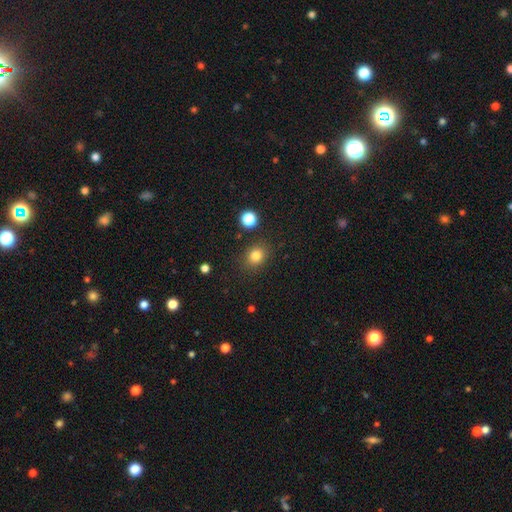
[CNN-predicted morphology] type=smooth (82%); roundness=round (63%); merging=none (84%).